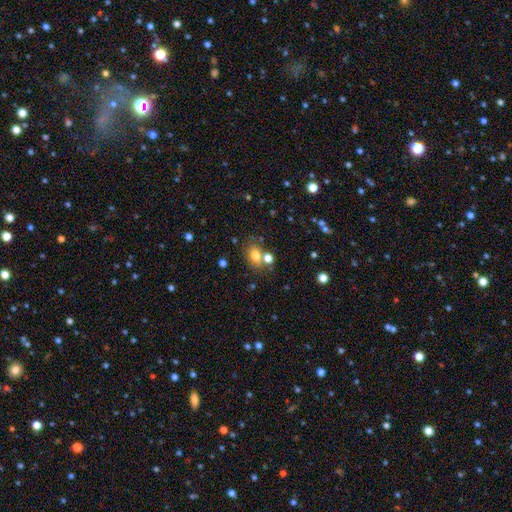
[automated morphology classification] Smooth or featured?
  - smooth: 74% *
  - star or artifact: 13%
  - featured or disk: 12%
How rounded?
  - in between: 66% *
  - round: 33%
  - cigar-shaped: 1%
Merging?
  - none: 58% *
  - merger: 24%
  - minor disturbance: 13%
  - major disturbance: 5%